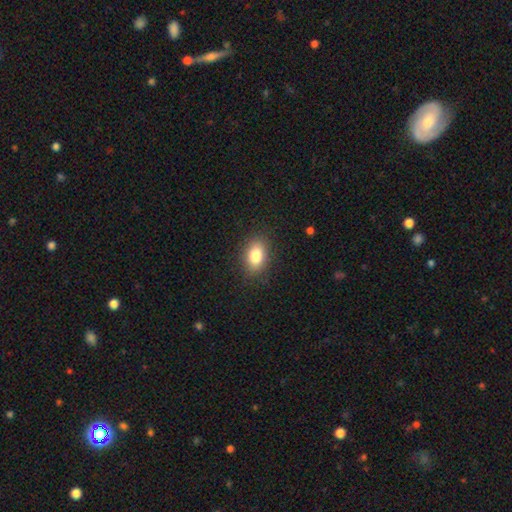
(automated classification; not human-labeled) The model was most divided on "how rounded": in between: 83%, round: 15%, cigar-shaped: 2%. More confident: merging — none (87%); smooth or featured — smooth (83%).